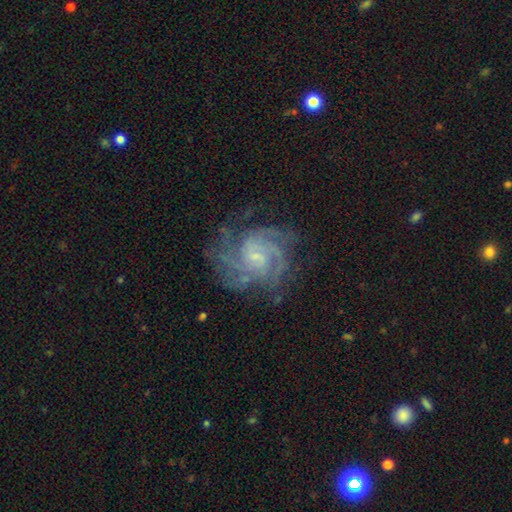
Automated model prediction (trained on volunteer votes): smooth-or-featured: featured or disk: 89% | star or artifact: 6% | smooth: 5%
  disk-edge-on: no: 98% | yes: 2%
    bar: no: 48% | weak: 44% | strong: 8%
    has-spiral-arms: yes: 97% | no: 3%
      spiral-winding: tight: 56% | medium: 38% | loose: 6%
      spiral-arm-count: 3: 26% | 4: 25% | can't tell: 21% | 2: 15% | more than 4: 8% | 1: 6%
    bulge-size: small: 69% | moderate: 18% | none: 11% | large: 2% | dominant: 1%
  merging: none: 70% | minor disturbance: 17% | major disturbance: 11% | merger: 2%